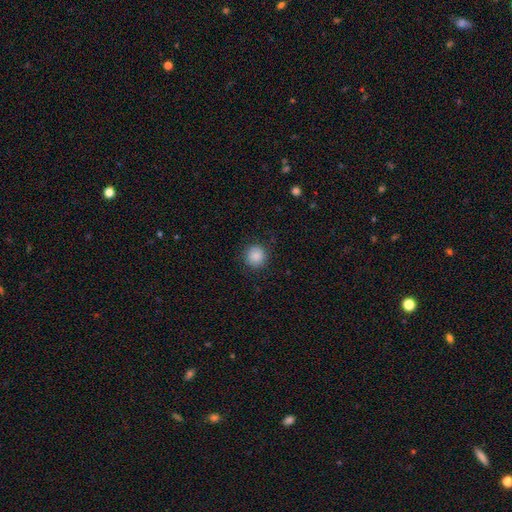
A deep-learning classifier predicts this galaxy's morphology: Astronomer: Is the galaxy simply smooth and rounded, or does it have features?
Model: smooth — 87%.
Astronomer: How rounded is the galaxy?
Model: round — 93%.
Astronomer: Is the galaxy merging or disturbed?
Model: none — 88%.